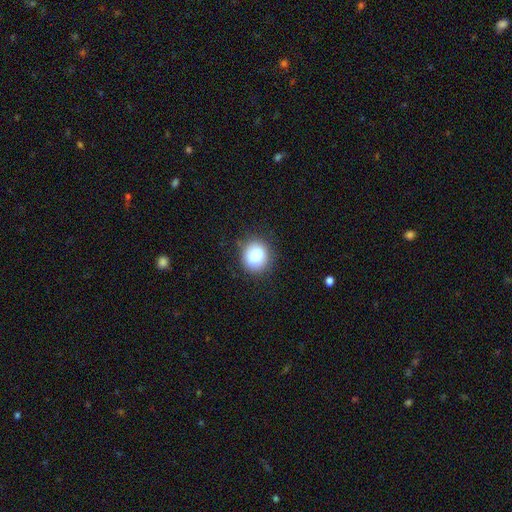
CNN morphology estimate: smooth-or-featured: smooth: 84% | star or artifact: 9% | featured or disk: 7%
  how-rounded: round: 76% | in between: 23% | cigar-shaped: 1%
  merging: none: 86% | minor disturbance: 10% | major disturbance: 3% | merger: 1%